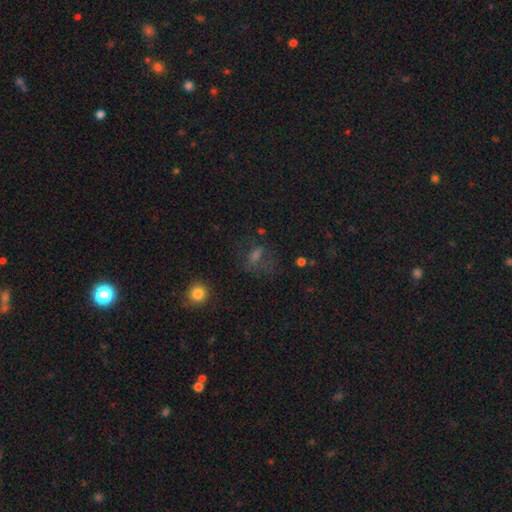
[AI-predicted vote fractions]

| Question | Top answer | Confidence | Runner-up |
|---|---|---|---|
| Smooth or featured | smooth | 41% | star or artifact (35%) |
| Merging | none | 56% | major disturbance (22%) |